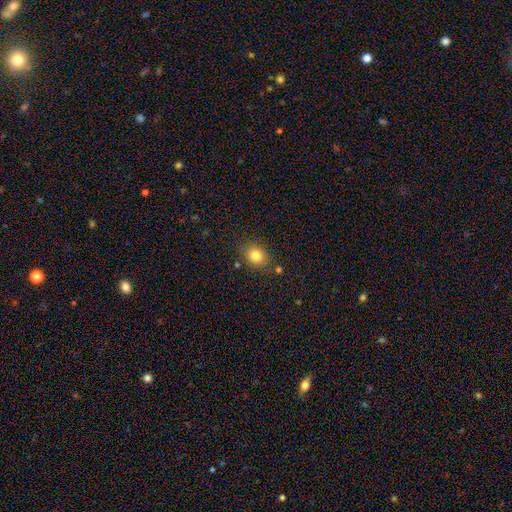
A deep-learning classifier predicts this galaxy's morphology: Smooth or featured: smooth — 81% (star or artifact — 11%)
How rounded: round — 57% (in between — 42%)
Merging: none — 81% (minor disturbance — 12%)